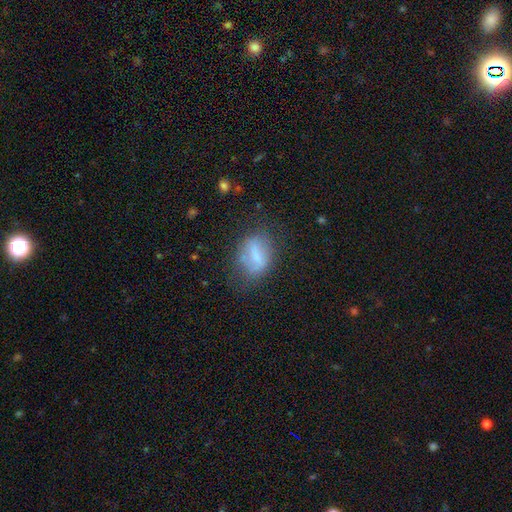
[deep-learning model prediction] This appears to be a smooth galaxy with no disk features (53%) that is in between round and cigar-shaped (68%). Merging: none (56%).